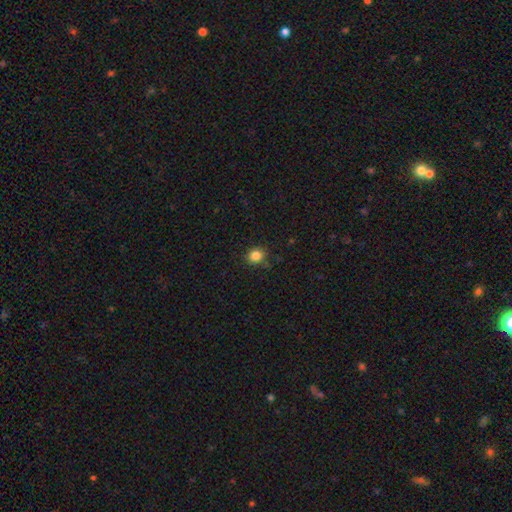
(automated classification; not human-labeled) The model was most divided on "how rounded": round: 80%, in between: 19%, cigar-shaped: 1%. More confident: merging — none (85%); smooth or featured — smooth (84%).